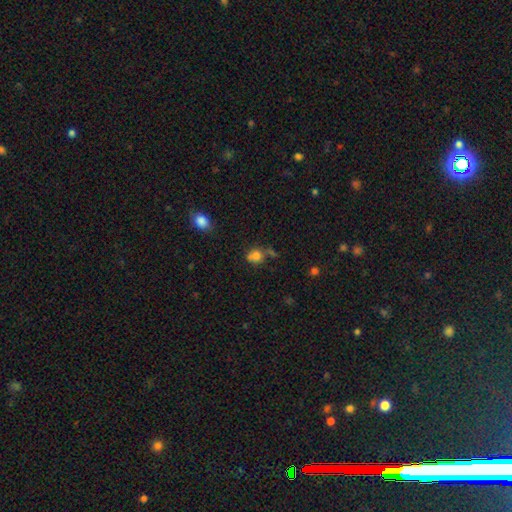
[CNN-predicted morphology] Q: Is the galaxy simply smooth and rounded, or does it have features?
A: smooth — 75%.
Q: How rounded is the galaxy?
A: round — 71%.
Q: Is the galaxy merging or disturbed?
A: none — 48%.